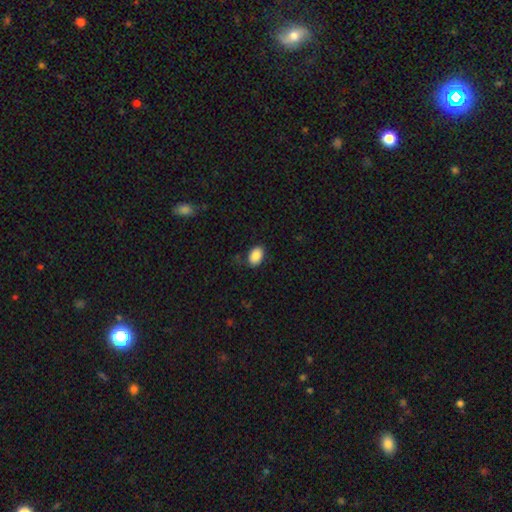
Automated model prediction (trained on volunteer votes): Q: Smooth or featured?
A: smooth (88%); runner-up: star or artifact (7%)
Q: How rounded?
A: in between (87%); runner-up: round (12%)
Q: Merging?
A: none (82%); runner-up: minor disturbance (13%)